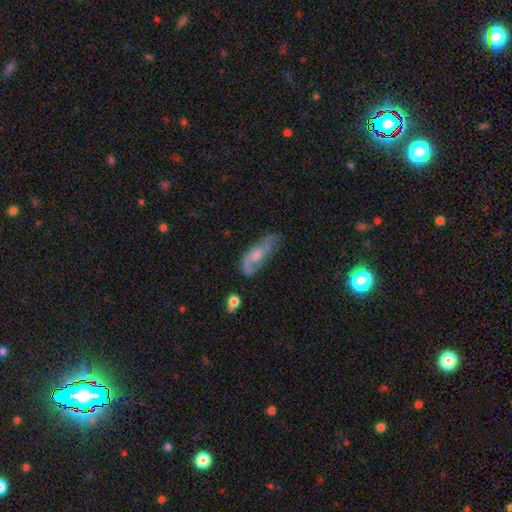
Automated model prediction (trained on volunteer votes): The model was most divided on "bulge size": moderate: 44%, small: 25%, none: 16%, large: 14%, dominant: 2%. More confident: edge-on disk — no (84%); spiral arms — yes (81%); bar — no (65%); smooth or featured — featured or disk (60%); merging — none (52%).